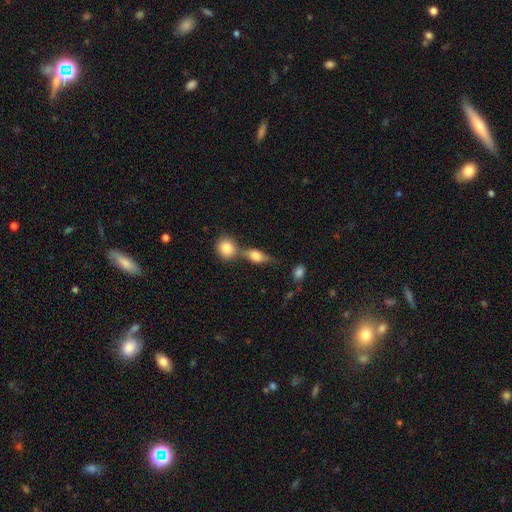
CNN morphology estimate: Smooth or featured?
  - smooth: 62% *
  - featured or disk: 29%
  - star or artifact: 9%
How rounded?
  - in between: 61% *
  - round: 22%
  - cigar-shaped: 17%
Merging?
  - none: 44% *
  - merger: 37%
  - minor disturbance: 13%
  - major disturbance: 6%